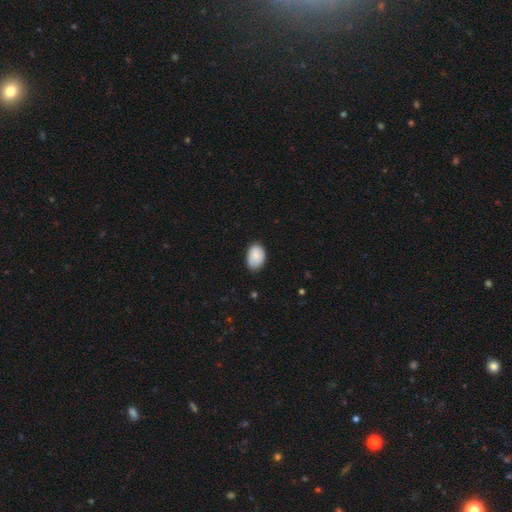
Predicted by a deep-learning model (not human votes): A smooth galaxy with no disk features (84%) that is in between round and cigar-shaped (87%).

Vote fractions:
- Smooth or featured? smooth: 84% / featured or disk: 10% / star or artifact: 7%
- How rounded? in between: 87% / round: 12% / cigar-shaped: 1%
- Merging? none: 74% / minor disturbance: 22% / major disturbance: 3% / merger: 1%